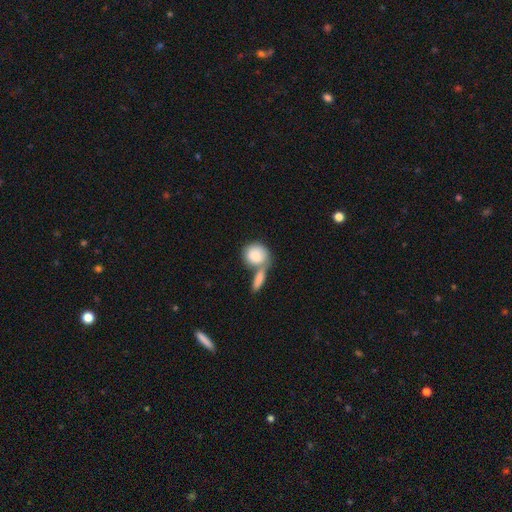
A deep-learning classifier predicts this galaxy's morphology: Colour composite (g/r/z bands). It shows a smooth galaxy with no disk features (84%) that is round (63%). Merging: merger (53%).